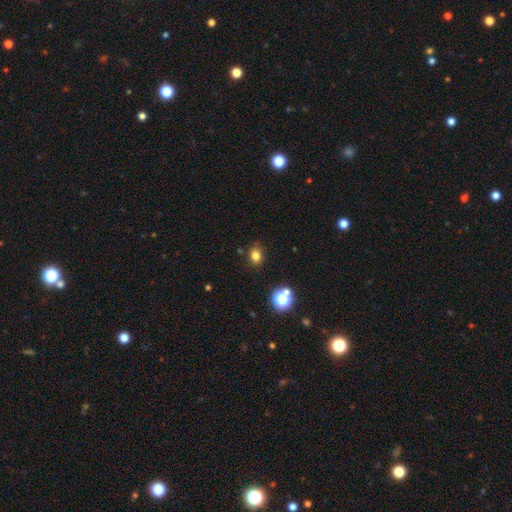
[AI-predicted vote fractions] This is likely a smooth galaxy (79%). How rounded: possibly in between (53%). Merging: clearly none (82%).